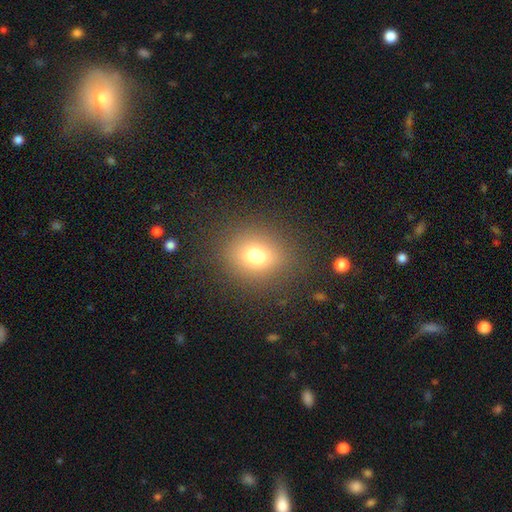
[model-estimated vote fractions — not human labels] The model was most divided on "how rounded": round: 63%, in between: 35%, cigar-shaped: 1%. More confident: smooth or featured — smooth (70%); merging — none (66%).